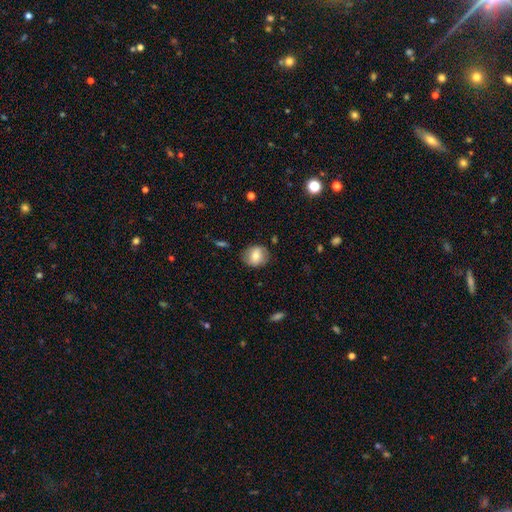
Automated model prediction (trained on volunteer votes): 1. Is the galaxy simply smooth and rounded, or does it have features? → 66% smooth, 25% featured or disk, 8% star or artifact.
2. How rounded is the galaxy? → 76% round, 23% in between, 1% cigar-shaped.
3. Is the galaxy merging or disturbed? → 80% none, 14% minor disturbance, 4% major disturbance, 1% merger.